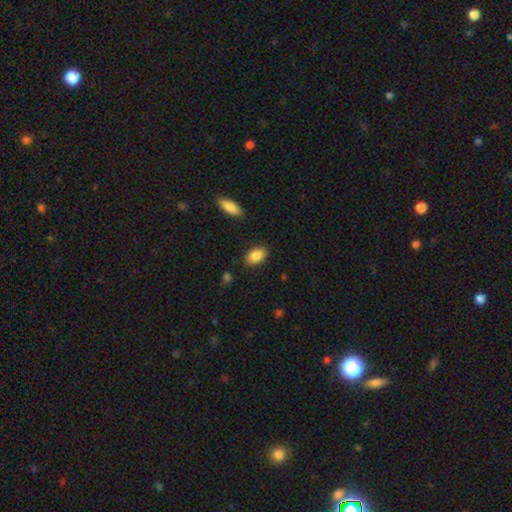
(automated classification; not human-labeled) Smooth or featured? smooth (87%)
How rounded? in between (89%)
Merging? none (85%)